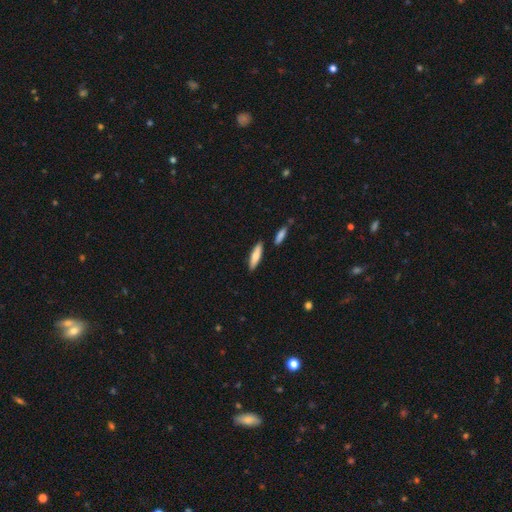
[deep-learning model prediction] Smooth or featured?
  - smooth: 76% *
  - featured or disk: 19%
  - star or artifact: 6%
How rounded?
  - cigar-shaped: 64% *
  - in between: 34%
  - round: 2%
Merging?
  - none: 85% *
  - minor disturbance: 9%
  - merger: 5%
  - major disturbance: 2%